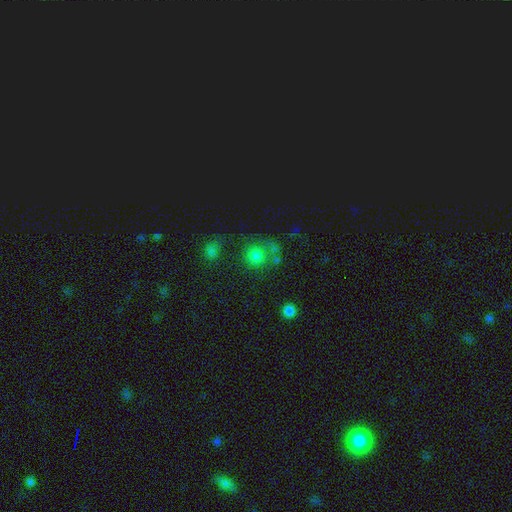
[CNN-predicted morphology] The model was most divided on "merging": none: 59%, merger: 16%, minor disturbance: 15%, major disturbance: 10%. More confident: how rounded — round (90%); smooth or featured — smooth (72%).